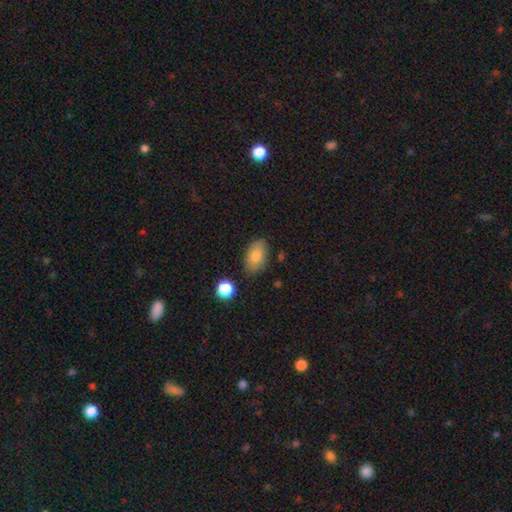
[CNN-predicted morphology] type=smooth (80%); roundness=in between (90%); merging=none (80%).